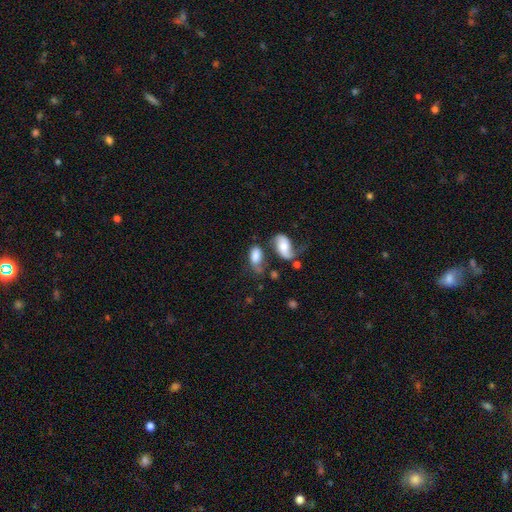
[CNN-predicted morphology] smooth-or-featured: smooth: 73% | featured or disk: 19% | star or artifact: 8%
  how-rounded: in between: 91% | round: 5% | cigar-shaped: 4%
  merging: none: 36% | merger: 27% | minor disturbance: 21% | major disturbance: 16%